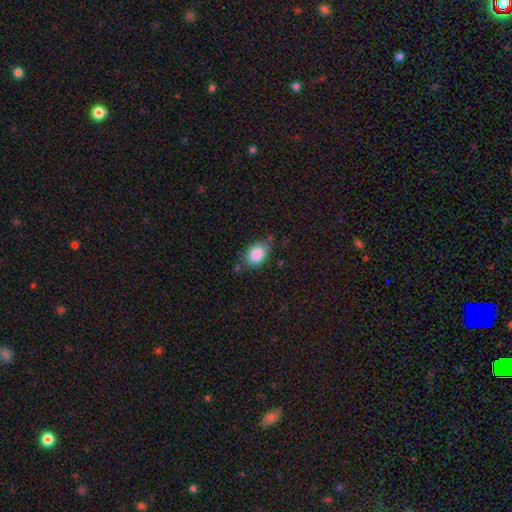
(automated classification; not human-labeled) Morphology: type=smooth (86%); roundness=in between (78%); merging=none (62%).